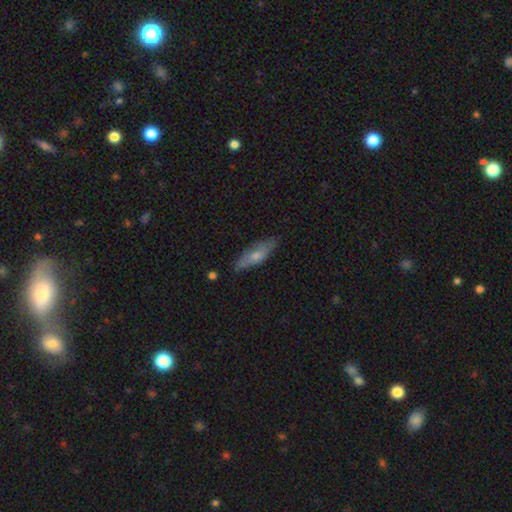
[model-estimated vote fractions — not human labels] Smooth or featured: smooth — 54% (featured or disk — 40%)
How rounded: cigar-shaped — 54% (in between — 44%)
Merging: none — 72% (minor disturbance — 21%)